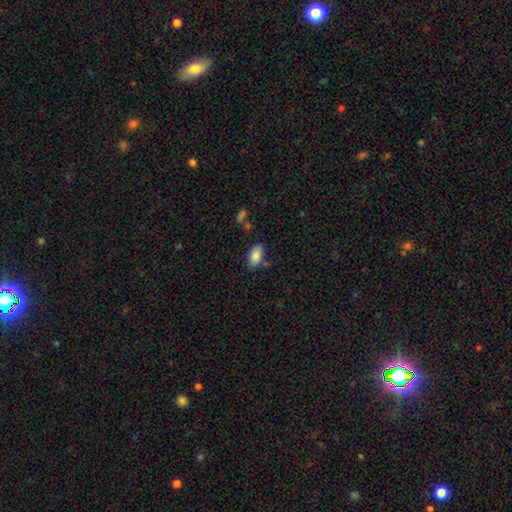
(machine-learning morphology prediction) Overall: smooth (87%). How rounded: in between (94%). Merging: none (75%).